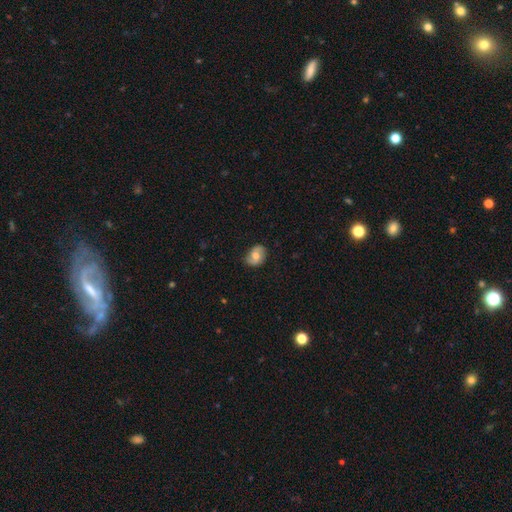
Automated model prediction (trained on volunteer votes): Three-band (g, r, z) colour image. It shows a smooth galaxy with no disk features (54%) that is in between round and cigar-shaped (64%). Merging: none (73%).